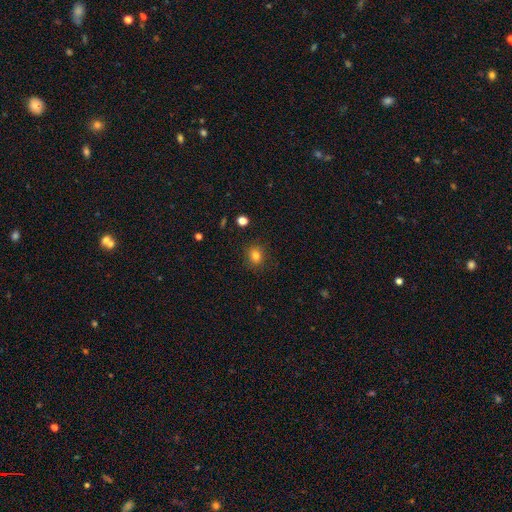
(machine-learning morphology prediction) smooth-or-featured: smooth: 81% | star or artifact: 13% | featured or disk: 7%
  how-rounded: round: 72% | in between: 27% | cigar-shaped: 1%
  merging: none: 88% | minor disturbance: 9% | major disturbance: 2% | merger: 1%